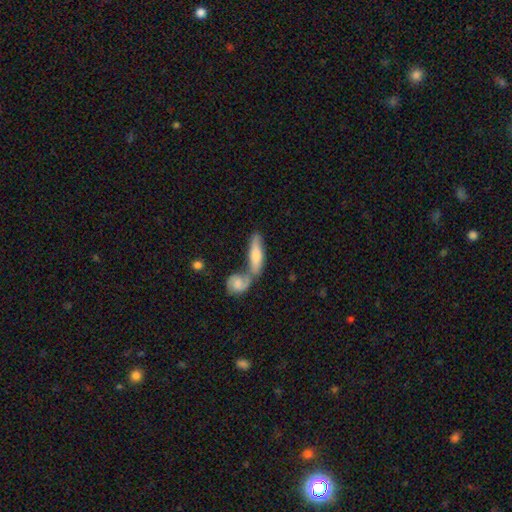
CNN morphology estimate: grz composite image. It shows a smooth galaxy with no disk features (51%) that is cigar-shaped (60%). Merging: merger (44%).